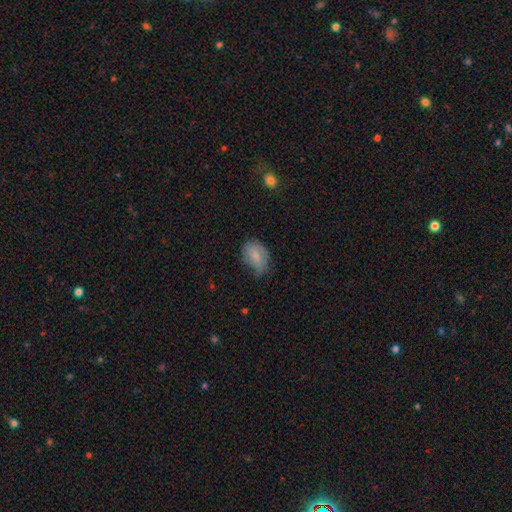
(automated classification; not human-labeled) smooth_or_featured: smooth (p=0.73) [alt: featured or disk p=0.19]
how_rounded: in between (p=0.86) [alt: round p=0.13]
merging: none (p=0.45) [alt: minor disturbance p=0.40]